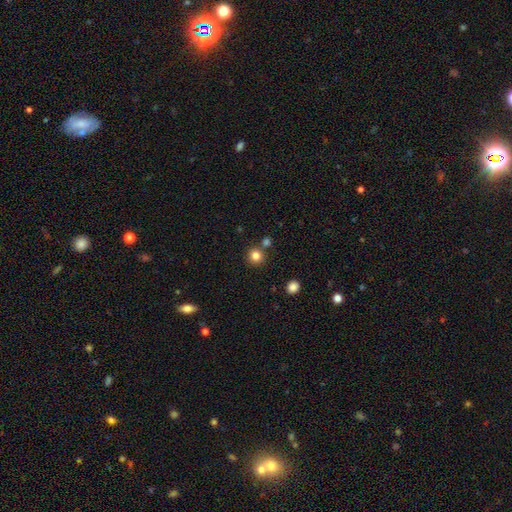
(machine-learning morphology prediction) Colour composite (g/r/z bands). It shows a smooth galaxy with no disk features (83%) that is round (93%). Merging: none (79%).